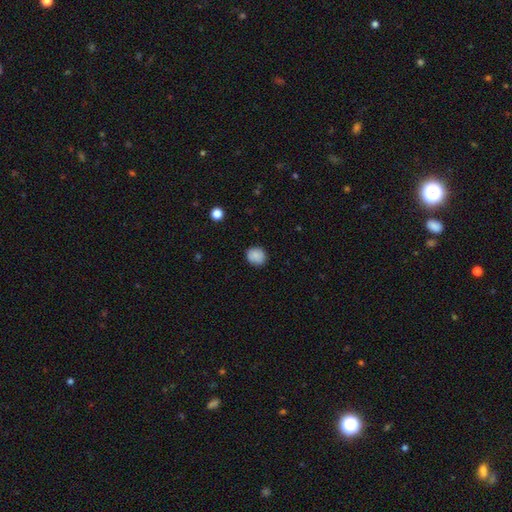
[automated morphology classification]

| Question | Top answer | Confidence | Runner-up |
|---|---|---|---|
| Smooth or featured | smooth | 87% | star or artifact (9%) |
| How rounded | round | 73% | in between (26%) |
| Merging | none | 86% | minor disturbance (11%) |